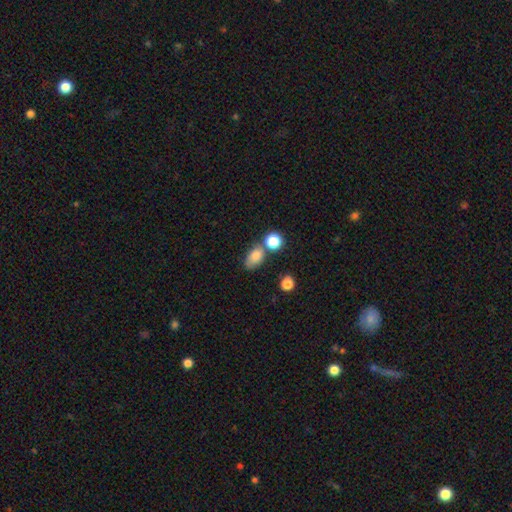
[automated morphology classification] smooth 80%, star or artifact 12%, featured or disk 9%. Down the decision tree: how rounded — in between (81%); merging — none (56%).